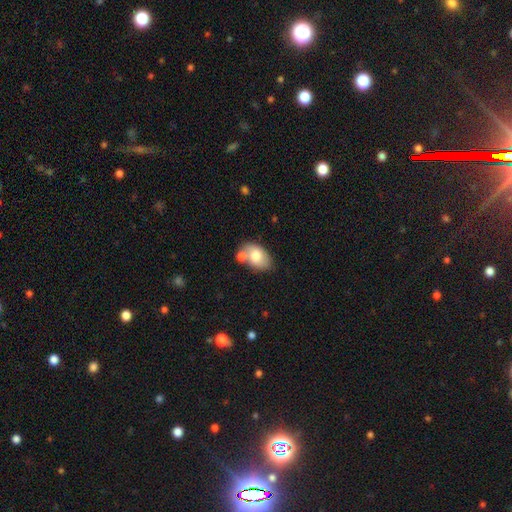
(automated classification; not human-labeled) This is likely a smooth galaxy (75%). How rounded: clearly in between (89%). Merging: possibly none (55%).